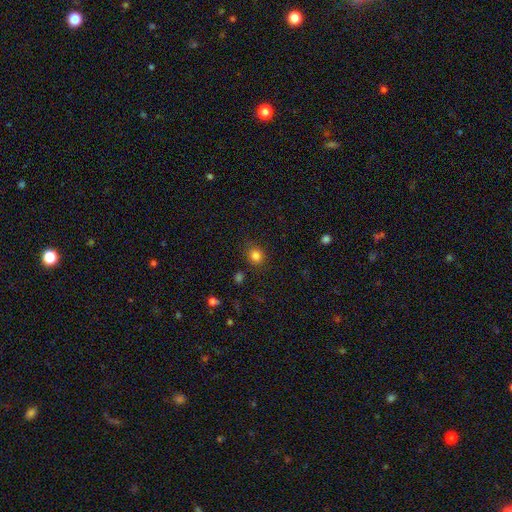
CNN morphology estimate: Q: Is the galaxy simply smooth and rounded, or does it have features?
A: smooth — 82%.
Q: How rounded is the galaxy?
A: round — 75%.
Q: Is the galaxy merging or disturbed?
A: none — 82%.